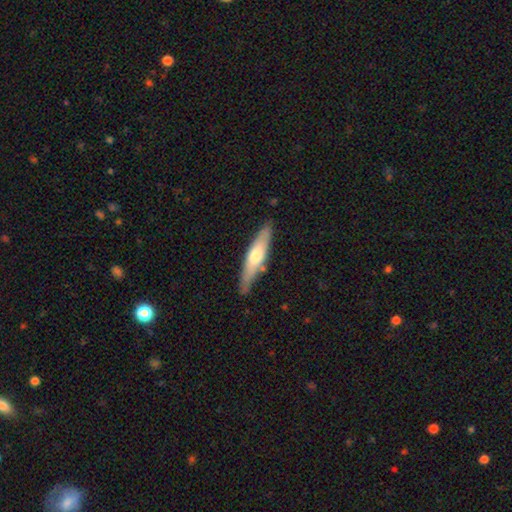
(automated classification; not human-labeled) Morphology: type=smooth (50%); roundness=cigar-shaped (77%); merging=none (80%).